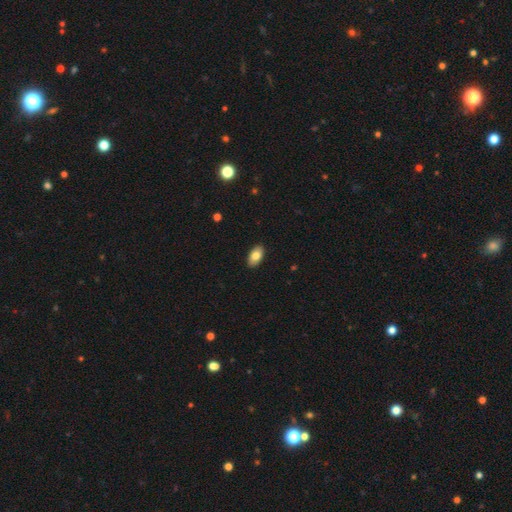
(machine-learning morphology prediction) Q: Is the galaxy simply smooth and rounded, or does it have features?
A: smooth — 81%.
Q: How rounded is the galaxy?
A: in between — 94%.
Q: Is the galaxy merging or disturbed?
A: none — 90%.